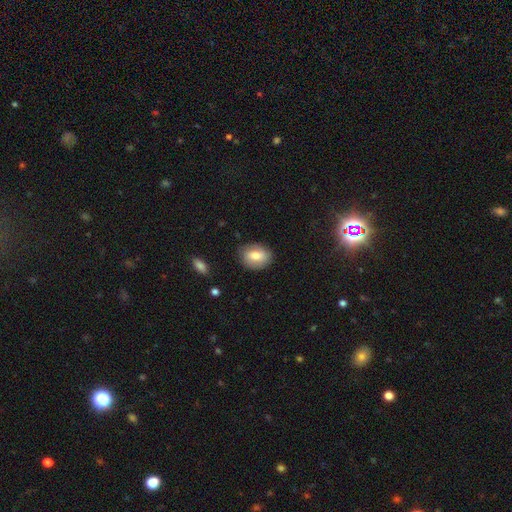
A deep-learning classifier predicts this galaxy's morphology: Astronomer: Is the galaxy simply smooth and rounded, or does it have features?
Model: smooth — 70%.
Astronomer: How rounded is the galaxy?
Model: in between — 69%.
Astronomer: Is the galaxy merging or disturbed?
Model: none — 83%.